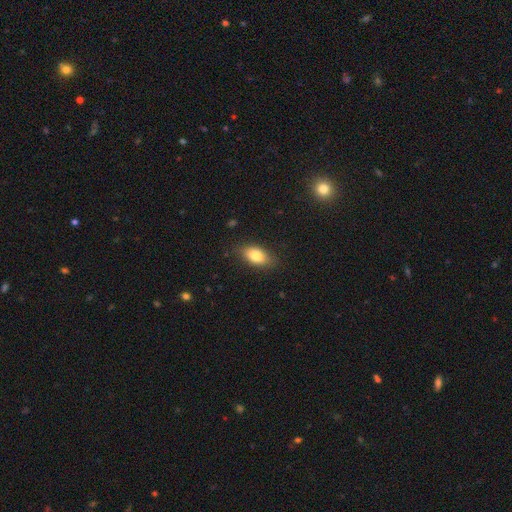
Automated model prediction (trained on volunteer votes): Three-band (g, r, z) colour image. It shows a smooth galaxy with no disk features (79%) that is in between round and cigar-shaped (88%). Merging: none (84%).